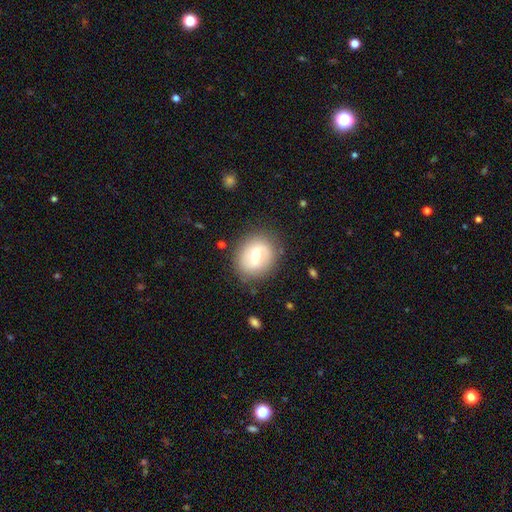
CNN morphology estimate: smooth-or-featured: smooth: 51% | featured or disk: 41% | star or artifact: 8%
  how-rounded: round: 68% | in between: 31% | cigar-shaped: 1%
  merging: none: 81% | minor disturbance: 12% | major disturbance: 5% | merger: 2%